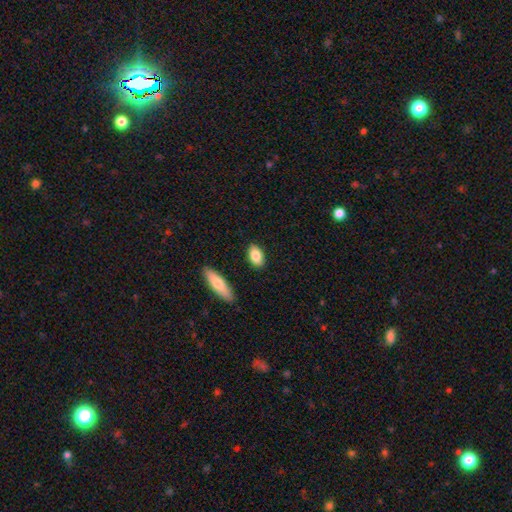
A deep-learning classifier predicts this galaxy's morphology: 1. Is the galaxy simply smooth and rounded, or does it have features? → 84% smooth, 10% featured or disk, 6% star or artifact.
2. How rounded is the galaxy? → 90% in between, 6% round, 5% cigar-shaped.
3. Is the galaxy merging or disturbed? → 87% none, 9% minor disturbance, 3% merger, 2% major disturbance.